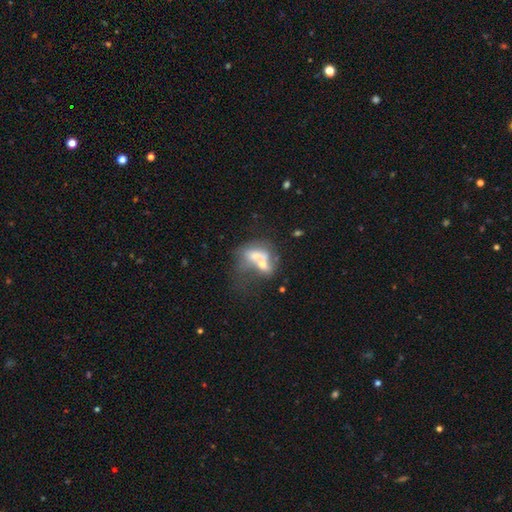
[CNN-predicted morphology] A smooth galaxy with no disk features (55%) that is in between round and cigar-shaped (75%). Merging: merger (71%).